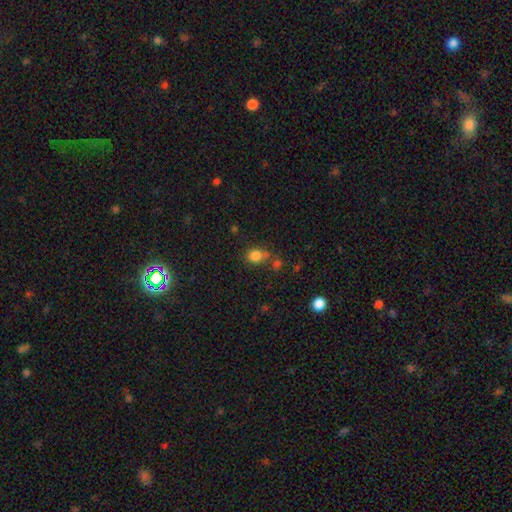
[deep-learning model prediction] Smooth or featured?
  - smooth: 82% *
  - star or artifact: 12%
  - featured or disk: 6%
How rounded?
  - round: 65% *
  - in between: 34%
  - cigar-shaped: 1%
Merging?
  - none: 57% *
  - merger: 21%
  - minor disturbance: 15%
  - major disturbance: 6%